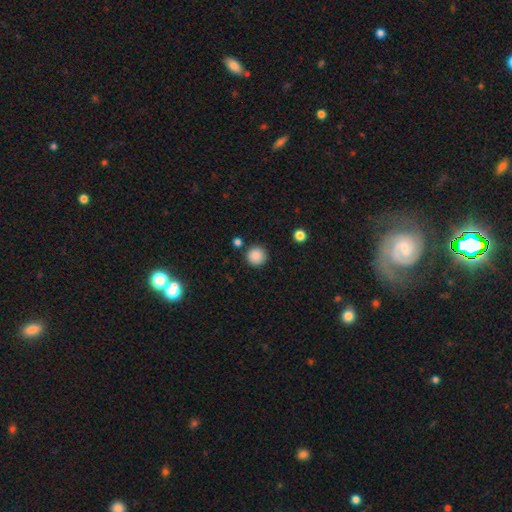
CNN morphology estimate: A smooth galaxy with no disk features (87%) that is round (95%). Merging: none (88%).